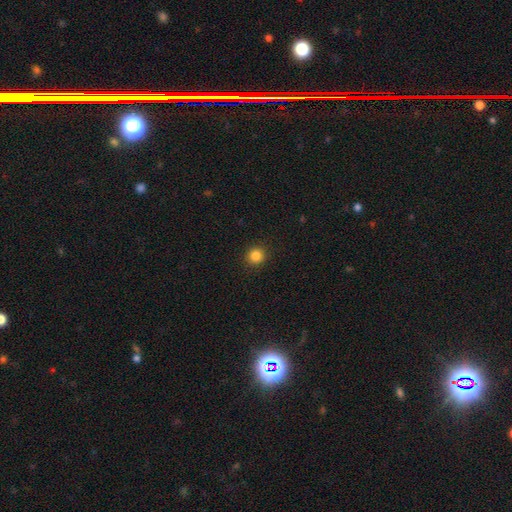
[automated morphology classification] A smooth galaxy with no disk features (84%) that is round (91%). Merging: none (92%).